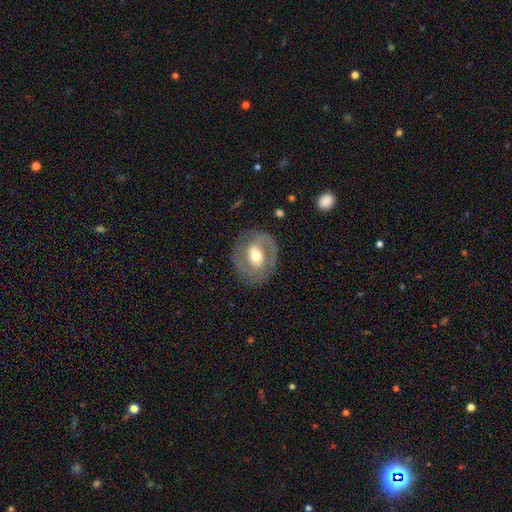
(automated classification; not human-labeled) The model was most divided on "bar": weak: 39%, no: 36%, strong: 26%. More confident: edge-on disk — no (95%); merging — none (79%); bulge size — moderate (69%); smooth or featured — featured or disk (67%); spiral arms — yes (56%).